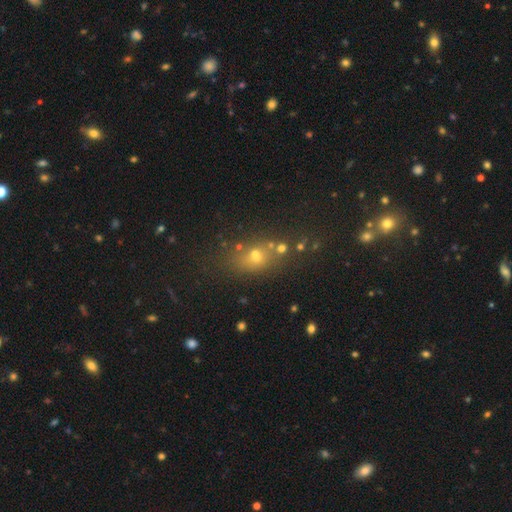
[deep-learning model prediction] Smooth or featured: smooth — 46% (star or artifact — 41%)
Merging: none — 56% (merger — 23%)